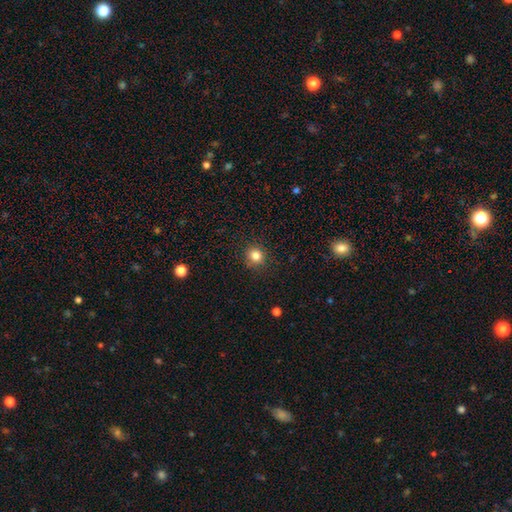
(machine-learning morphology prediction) Smooth or featured? smooth (83%)
How rounded? round (88%)
Merging? none (89%)